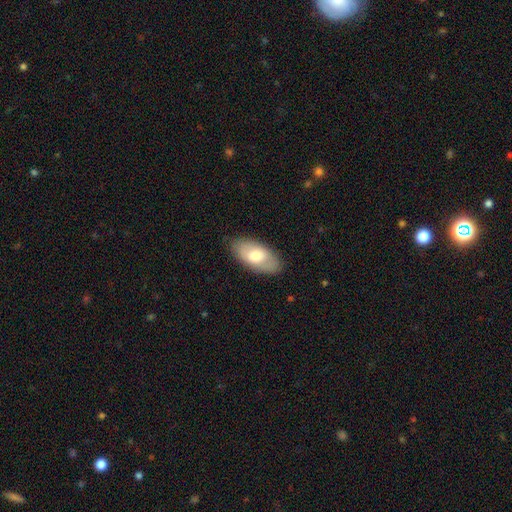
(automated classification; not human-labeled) This is likely a smooth galaxy (66%). How rounded: clearly in between (93%). Merging: clearly none (84%).